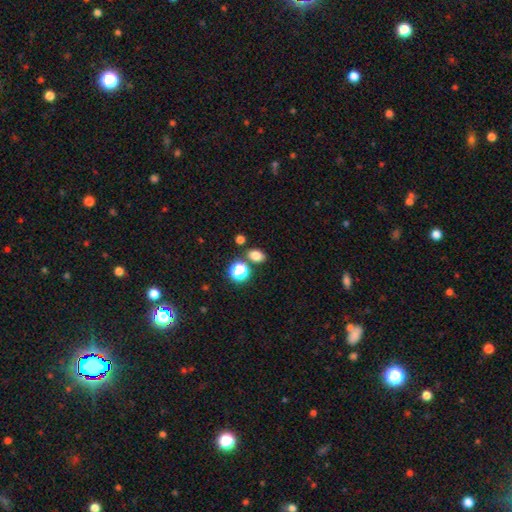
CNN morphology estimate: smooth 78%, star or artifact 16%, featured or disk 6%. Down the decision tree: how rounded — in between (68%); merging — none (77%).